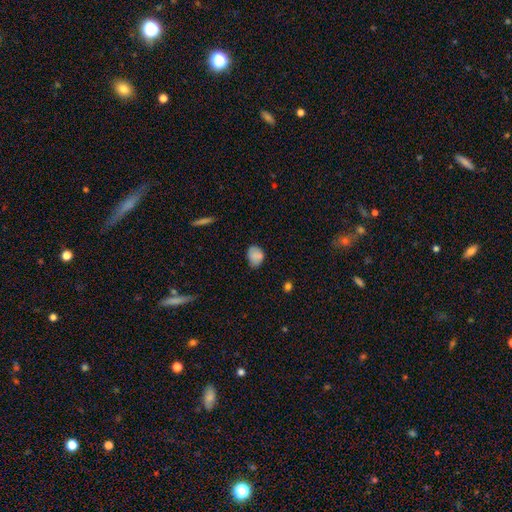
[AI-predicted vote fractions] Smooth or featured? smooth (82%)
How rounded? in between (65%)
Merging? none (60%)